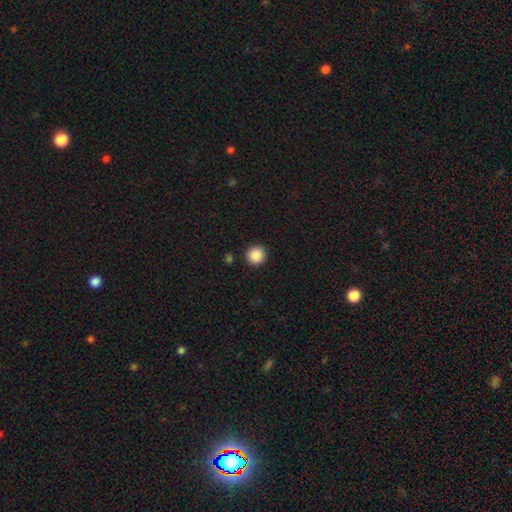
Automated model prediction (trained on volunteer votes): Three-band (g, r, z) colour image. It shows a smooth galaxy with no disk features (88%) that is round (94%). Merging: none (91%).